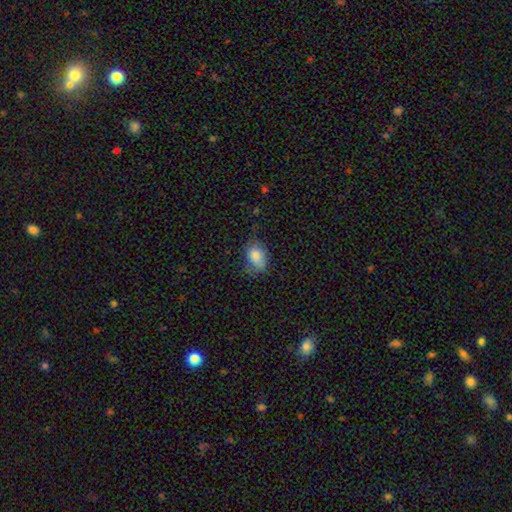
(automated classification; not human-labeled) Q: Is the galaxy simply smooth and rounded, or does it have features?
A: smooth — 82%.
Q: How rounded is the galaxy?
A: in between — 83%.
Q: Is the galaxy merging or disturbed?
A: none — 56%.